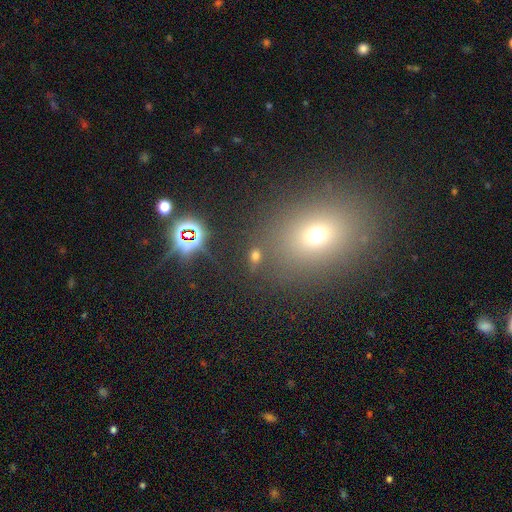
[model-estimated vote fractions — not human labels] This appears to be a smooth galaxy with no disk features (46%). Merging: none (72%).